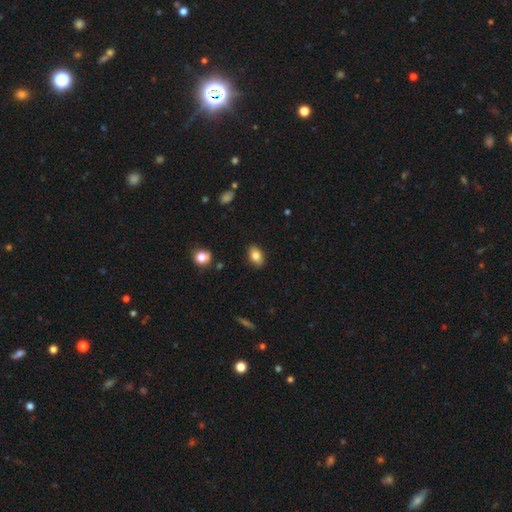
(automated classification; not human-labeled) smooth 84%, star or artifact 8%, featured or disk 8%. Down the decision tree: how rounded — in between (87%); merging — none (88%).